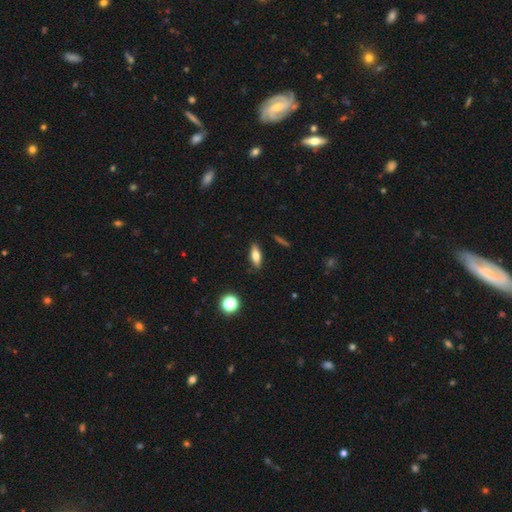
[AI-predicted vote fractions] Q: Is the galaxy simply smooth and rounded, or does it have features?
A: smooth — 62%.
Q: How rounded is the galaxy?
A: in between — 62%.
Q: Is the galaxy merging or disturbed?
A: none — 87%.